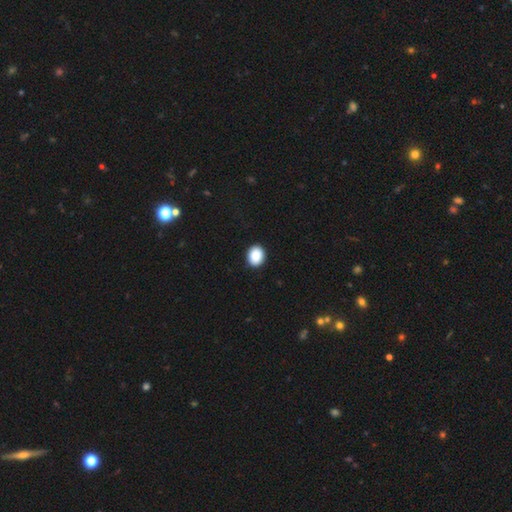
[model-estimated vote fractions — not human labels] smooth 89%, star or artifact 8%, featured or disk 3%. Down the decision tree: how rounded — round (51%); merging — none (92%).